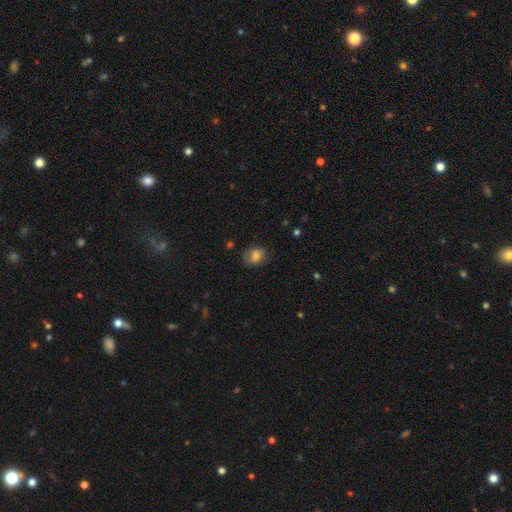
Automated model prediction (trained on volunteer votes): The model was most divided on "how rounded": in between: 63%, round: 36%, cigar-shaped: 1%. More confident: smooth or featured — smooth (80%); merging — none (65%).